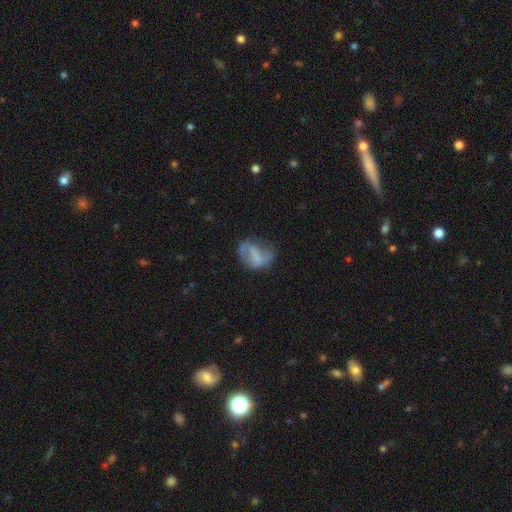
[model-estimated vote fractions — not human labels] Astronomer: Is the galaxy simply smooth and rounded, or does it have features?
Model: featured or disk — 45%, tied with smooth at 45%.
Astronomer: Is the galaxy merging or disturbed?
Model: none — 48% (runner-up: minor disturbance, 27%).